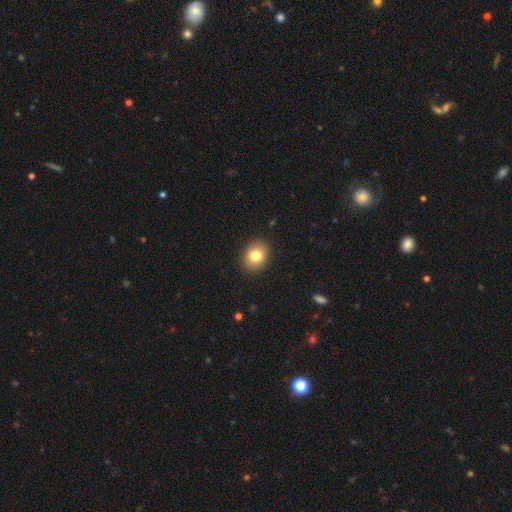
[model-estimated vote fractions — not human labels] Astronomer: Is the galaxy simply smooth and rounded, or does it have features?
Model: smooth — 82%.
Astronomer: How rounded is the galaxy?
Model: round — 58% (runner-up: in between, 41%).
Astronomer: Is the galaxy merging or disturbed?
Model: none — 90%.